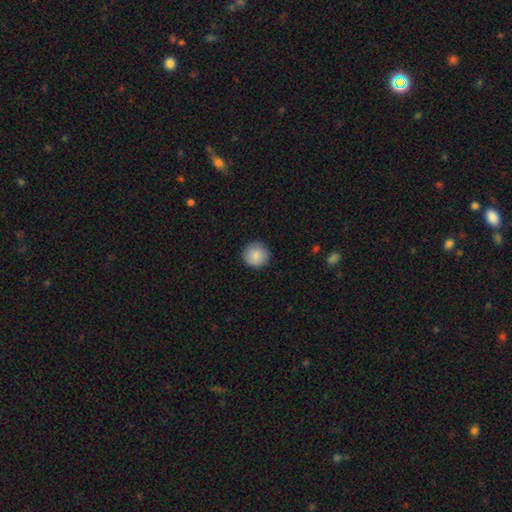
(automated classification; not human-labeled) This is clearly a smooth galaxy (87%). How rounded: clearly round (96%). Merging: clearly none (91%).